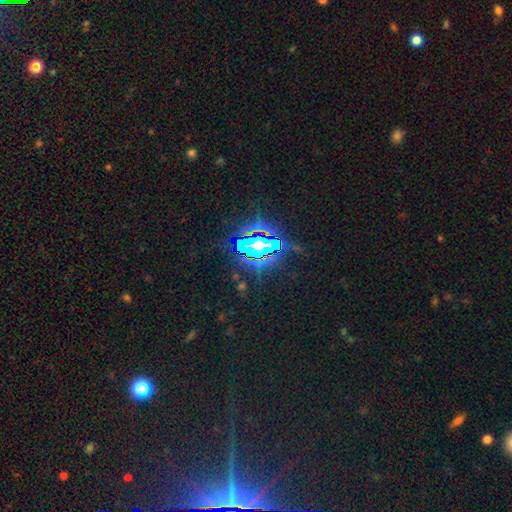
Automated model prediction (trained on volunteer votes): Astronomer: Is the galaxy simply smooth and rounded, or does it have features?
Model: star or artifact — 81%.